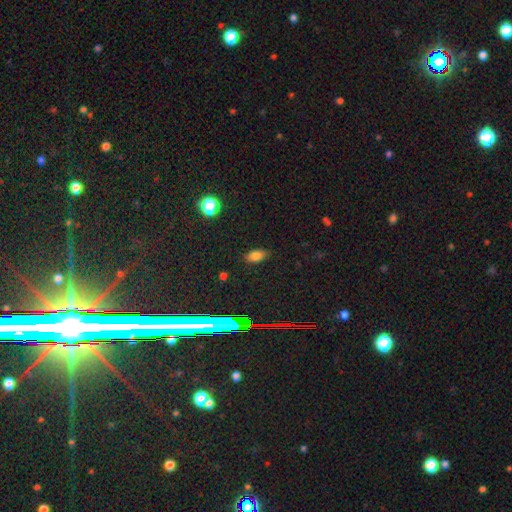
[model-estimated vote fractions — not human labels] This appears to be a smooth galaxy with no disk features (76%) that is in between round and cigar-shaped (88%). Merging: none (84%).